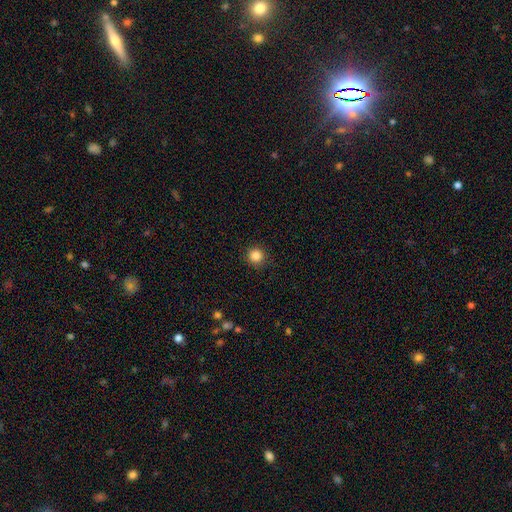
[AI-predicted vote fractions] Morphology: type=smooth (85%); roundness=round (93%); merging=none (91%).